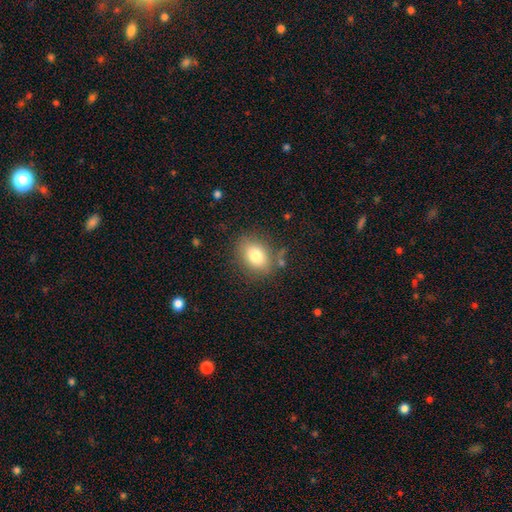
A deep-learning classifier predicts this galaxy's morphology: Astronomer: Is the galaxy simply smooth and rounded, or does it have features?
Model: smooth — 79%.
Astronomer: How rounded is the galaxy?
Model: in between — 69%.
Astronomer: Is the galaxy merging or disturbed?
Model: none — 78%.